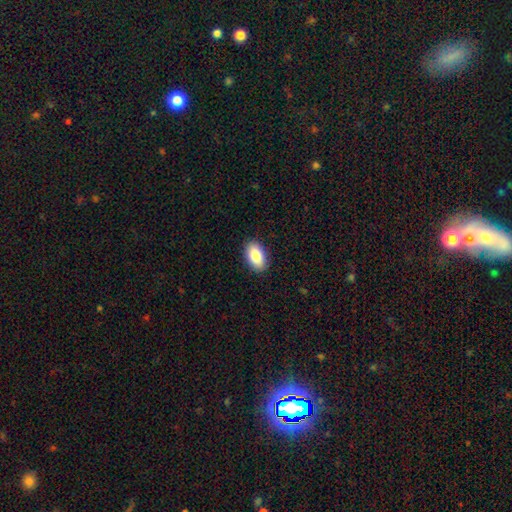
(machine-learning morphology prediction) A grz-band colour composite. It shows a smooth galaxy with no disk features (85%) that is in between round and cigar-shaped (93%). Merging: none (89%).